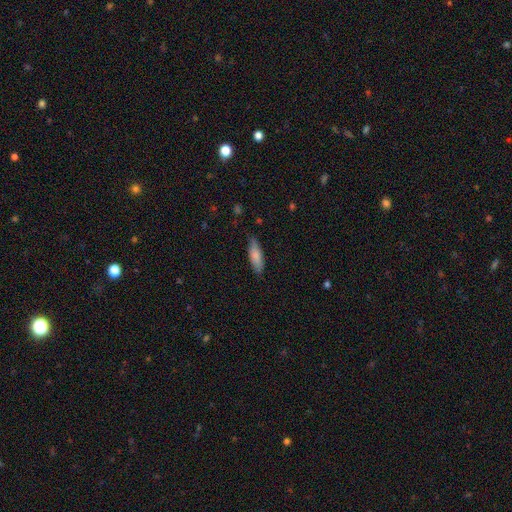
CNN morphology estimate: The model was most divided on "how rounded" (2-way tie): in between: 49%, cigar-shaped: 49%, round: 2%. More confident: merging — none (80%); smooth or featured — smooth (80%).